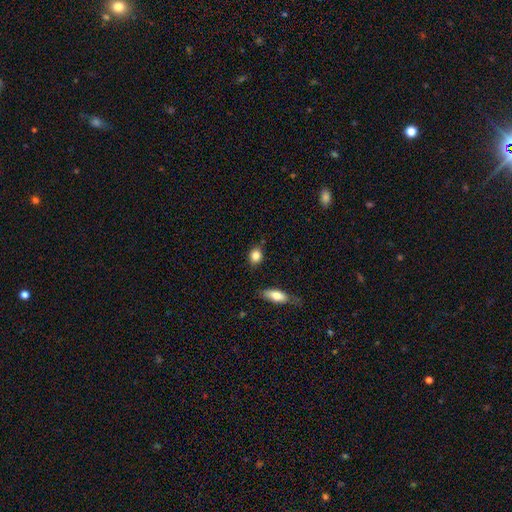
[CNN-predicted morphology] Q: Smooth or featured?
A: smooth (85%); runner-up: star or artifact (8%)
Q: How rounded?
A: in between (53%); runner-up: round (44%)
Q: Merging?
A: none (81%); runner-up: minor disturbance (13%)